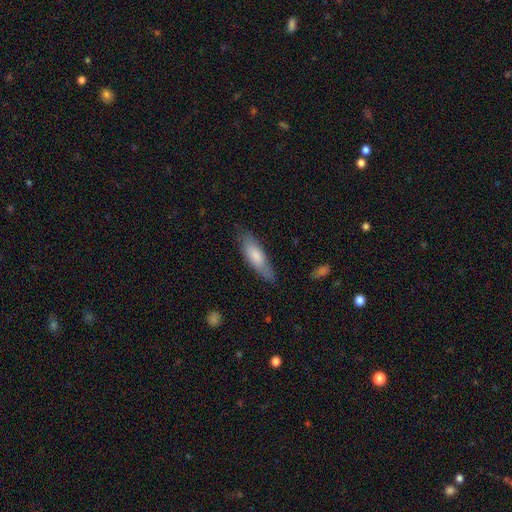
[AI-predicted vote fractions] This appears to be a smooth galaxy with no disk features (73%) that is cigar-shaped (53%). Merging: none (73%).